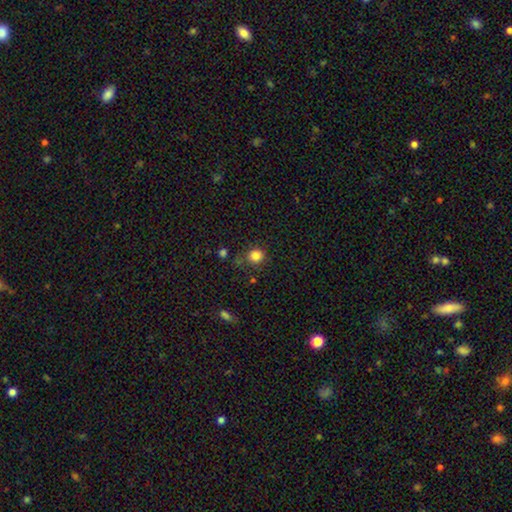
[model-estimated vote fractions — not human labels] The model was most divided on "merging": none: 77%, minor disturbance: 14%, major disturbance: 5%, merger: 5%. More confident: how rounded — round (86%); smooth or featured — smooth (84%).